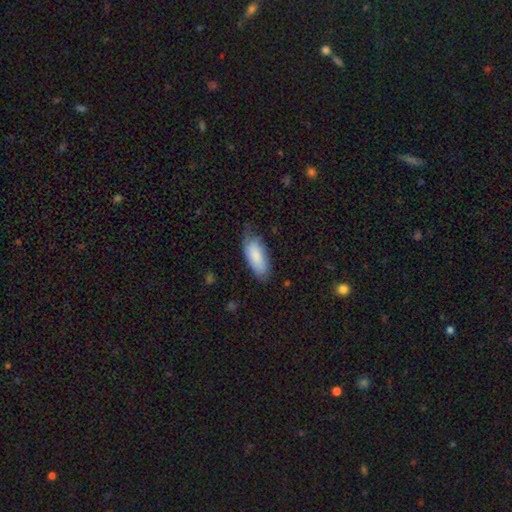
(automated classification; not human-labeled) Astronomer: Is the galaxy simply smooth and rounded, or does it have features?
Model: smooth — 82%.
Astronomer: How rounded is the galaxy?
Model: in between — 85%.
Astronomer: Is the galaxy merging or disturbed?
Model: none — 59%.